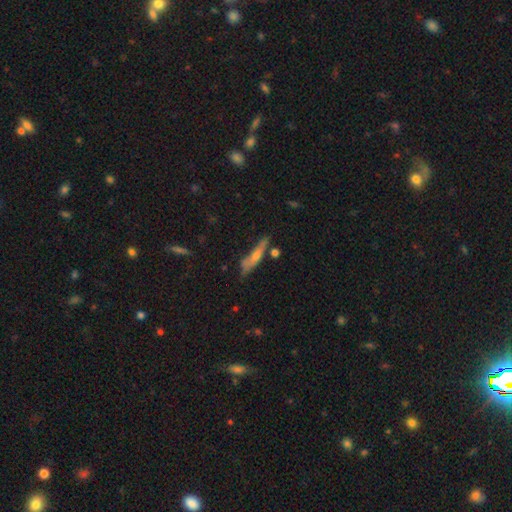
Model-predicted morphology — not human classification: Overall: smooth (46%; featured or disk 45%). Merging: none (58%; minor disturbance 26%).